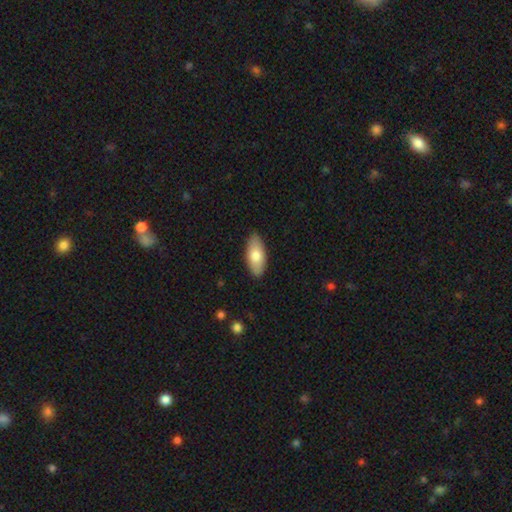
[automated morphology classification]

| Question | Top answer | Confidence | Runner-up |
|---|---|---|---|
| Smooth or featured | smooth | 76% | featured or disk (19%) |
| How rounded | in between | 87% | cigar-shaped (10%) |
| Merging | none | 88% | minor disturbance (10%) |